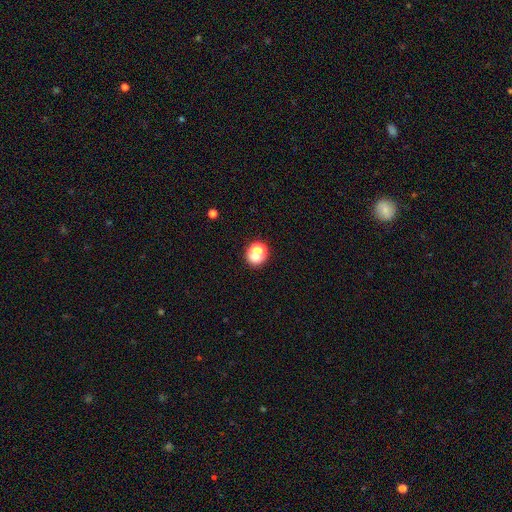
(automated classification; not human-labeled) A smooth galaxy with no disk features (71%) that is round (65%).

Vote fractions:
- Smooth or featured? smooth: 71% / star or artifact: 15% / featured or disk: 14%
- How rounded? round: 65% / in between: 34% / cigar-shaped: 1%
- Merging? none: 56% / merger: 24% / minor disturbance: 13% / major disturbance: 6%